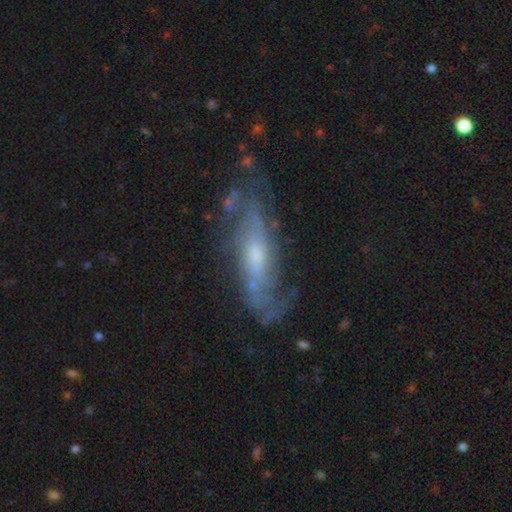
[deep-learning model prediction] featured or disk 81%, smooth 12%, star or artifact 7%. Down the decision tree: edge-on disk — no (83%); bar — no (56%); spiral arms — yes (90%); spiral arm count — 2 (52%); spiral winding — medium (43%); bulge size — moderate (46%); merging — none (67%).